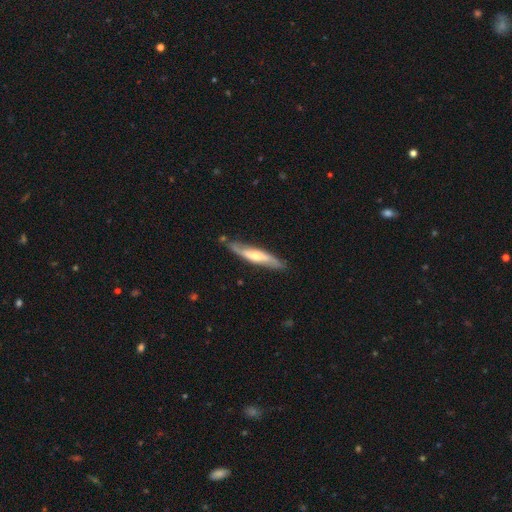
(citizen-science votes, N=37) This is possibly a featured or disk galaxy (59%). It is likely viewed edge-on (64%). Edge-on bulge: marginally rounded (43%). Merging: clearly none (91%).